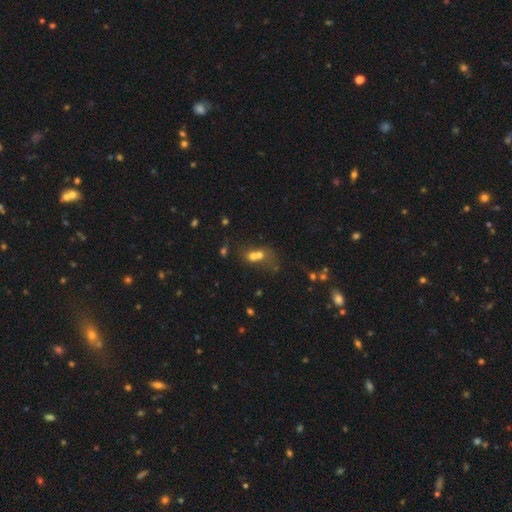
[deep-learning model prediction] smooth-or-featured: smooth: 59% | featured or disk: 23% | star or artifact: 19%
  how-rounded: round: 64% | in between: 34% | cigar-shaped: 2%
  merging: merger: 67% | none: 21% | minor disturbance: 6% | major disturbance: 6%